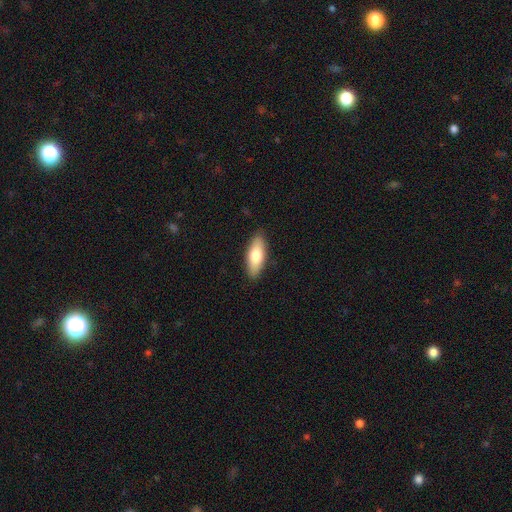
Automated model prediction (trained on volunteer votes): smooth-or-featured: smooth: 73% | featured or disk: 21% | star or artifact: 6%
  how-rounded: in between: 72% | cigar-shaped: 26% | round: 2%
  merging: none: 89% | minor disturbance: 9% | major disturbance: 2% | merger: 1%